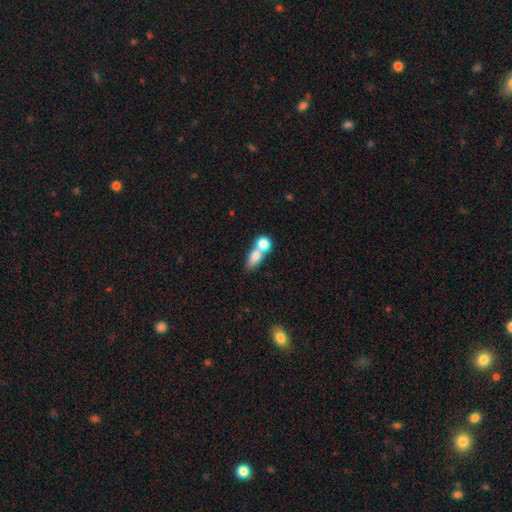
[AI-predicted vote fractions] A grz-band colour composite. It shows a smooth galaxy with no disk features (75%) that is in between round and cigar-shaped (60%). Merging: merger (62%).